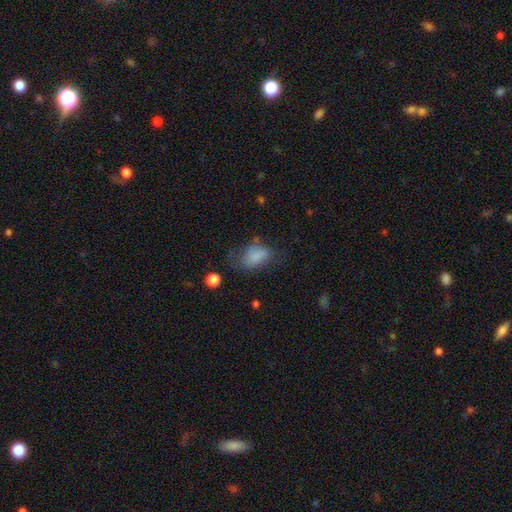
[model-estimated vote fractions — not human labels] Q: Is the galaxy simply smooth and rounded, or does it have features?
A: smooth — 78%.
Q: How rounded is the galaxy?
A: in between — 89%.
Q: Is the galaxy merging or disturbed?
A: none — 41%.